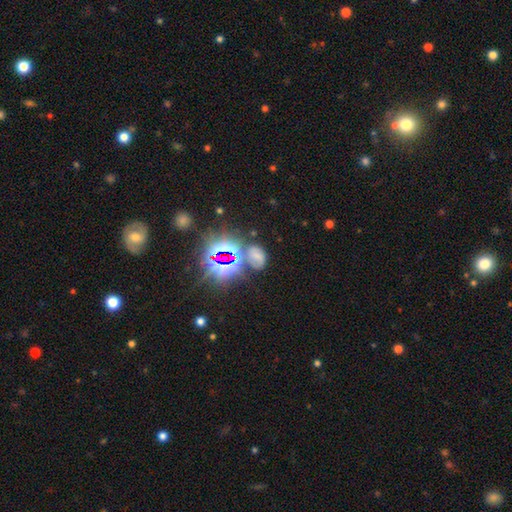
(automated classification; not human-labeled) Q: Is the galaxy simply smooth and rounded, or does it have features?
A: star or artifact — 42%.